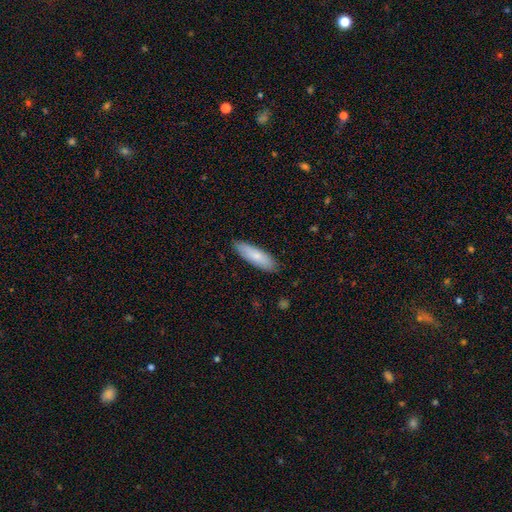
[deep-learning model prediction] This appears to be a smooth galaxy with no disk features (79%) that is cigar-shaped (54%). Merging: none (86%).